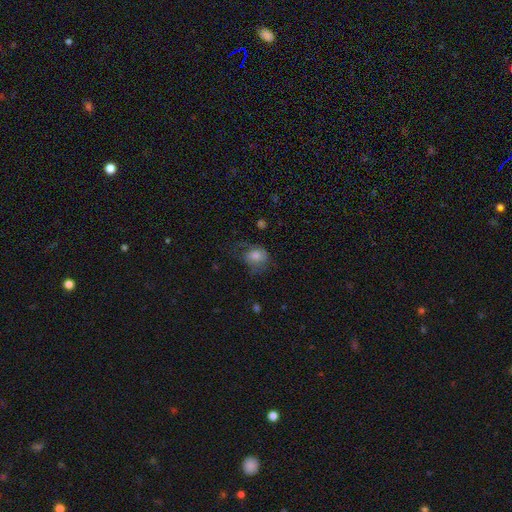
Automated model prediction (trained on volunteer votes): This appears to be a smooth galaxy with no disk features (63%) that is round (50%). Merging: none (40%).